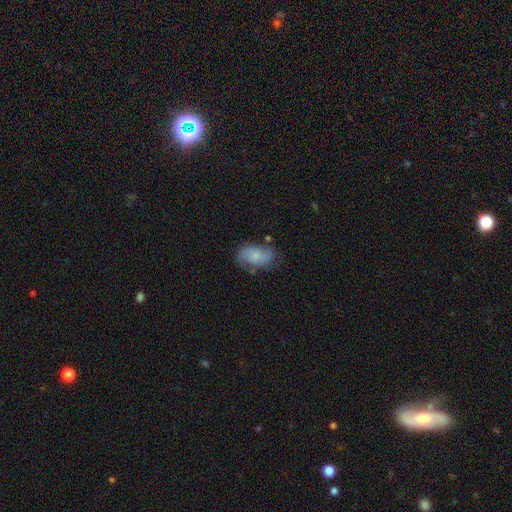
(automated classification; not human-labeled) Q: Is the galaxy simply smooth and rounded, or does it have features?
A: smooth — 59%.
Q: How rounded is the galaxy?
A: in between — 88%.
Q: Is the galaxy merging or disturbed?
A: none — 57%.